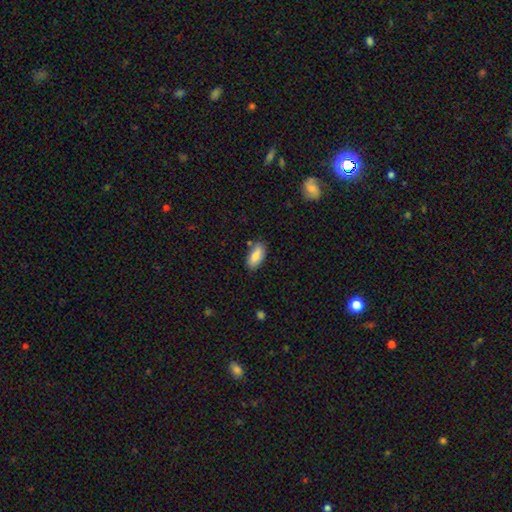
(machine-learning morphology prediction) smooth_or_featured: smooth (p=0.84) [alt: featured or disk p=0.09]
how_rounded: in between (p=0.89) [alt: cigar-shaped p=0.09]
merging: none (p=0.79) [alt: minor disturbance p=0.15]